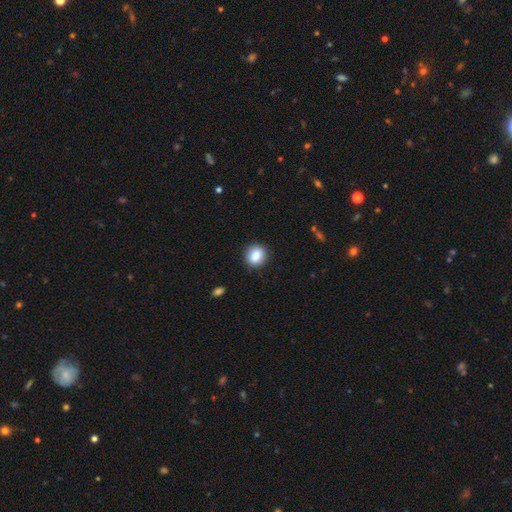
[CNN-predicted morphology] Smooth or featured? smooth (85%)
How rounded? round (73%)
Merging? none (90%)